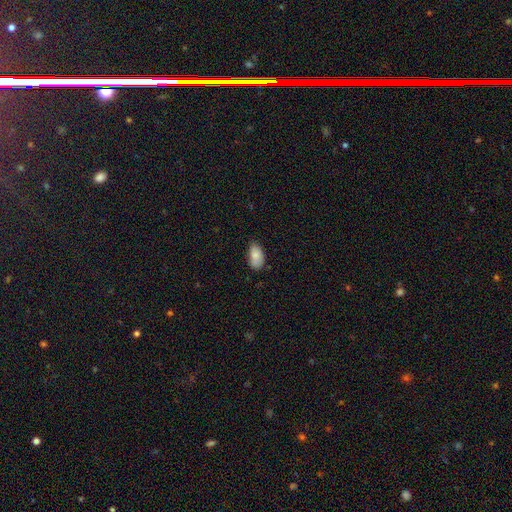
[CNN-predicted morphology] smooth 85%, featured or disk 8%, star or artifact 7%. Down the decision tree: how rounded — in between (94%); merging — none (68%).